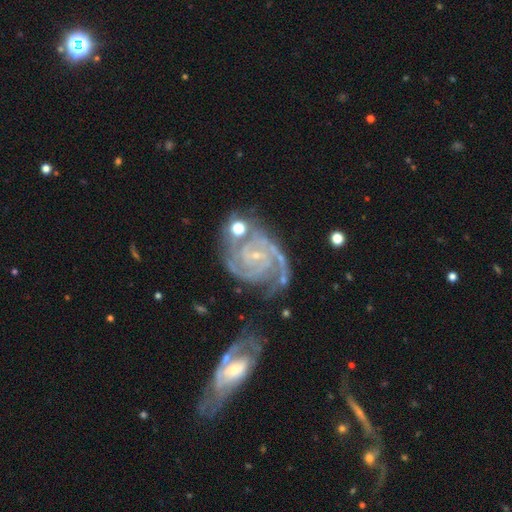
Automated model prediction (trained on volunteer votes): smooth_or_featured: featured or disk (p=0.92) [alt: star or artifact p=0.05]
disk_edge_on: no (p=0.98) [alt: yes p=0.02]
bar: no (p=0.53) [alt: weak p=0.33]
has_spiral_arms: yes (p=0.98) [alt: no p=0.02]
spiral_winding: tight (p=0.65) [alt: medium p=0.31]
spiral_arm_count: 2 (p=0.51) [alt: 3 p=0.24]
bulge_size: small (p=0.83) [alt: moderate p=0.09]
merging: none (p=0.47) [alt: merger p=0.25]